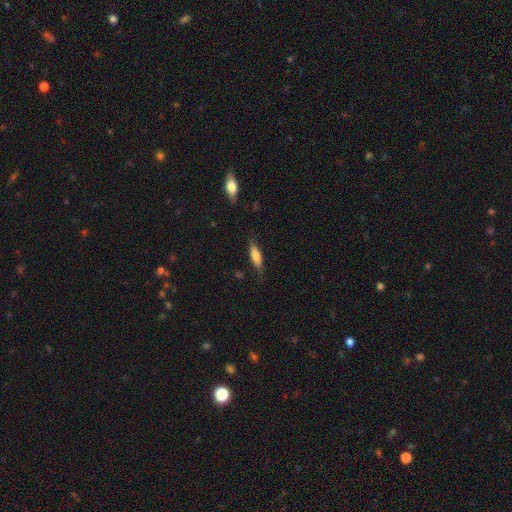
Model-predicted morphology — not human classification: Smooth or featured? Predicted: smooth (p=0.72). How rounded? Predicted: cigar-shaped (p=0.56). Merging? Predicted: none (p=0.76).